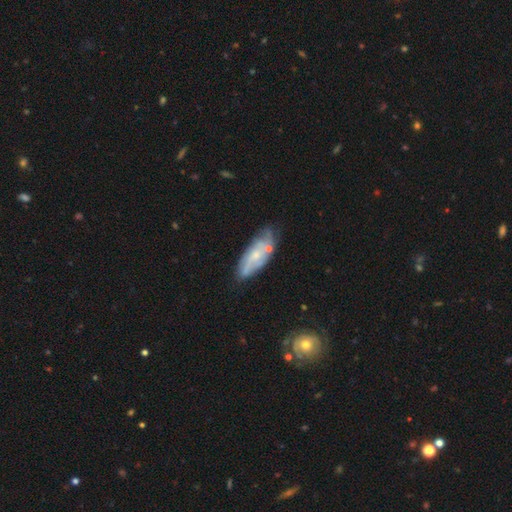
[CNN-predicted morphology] smooth-or-featured: featured or disk: 63% | smooth: 31% | star or artifact: 7%
  disk-edge-on: no: 86% | yes: 14%
    bar: no: 71% | weak: 25% | strong: 4%
    has-spiral-arms: yes: 76% | no: 24%
    bulge-size: small: 63% | moderate: 27% | none: 7% | large: 1% | dominant: 1%
  merging: none: 59% | minor disturbance: 25% | major disturbance: 8% | merger: 8%